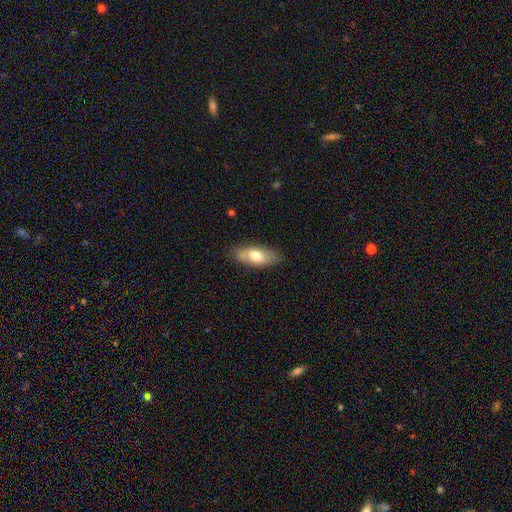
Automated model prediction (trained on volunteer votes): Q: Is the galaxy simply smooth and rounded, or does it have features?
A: smooth — 70%.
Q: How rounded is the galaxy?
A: in between — 77%.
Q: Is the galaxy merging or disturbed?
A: none — 79%.